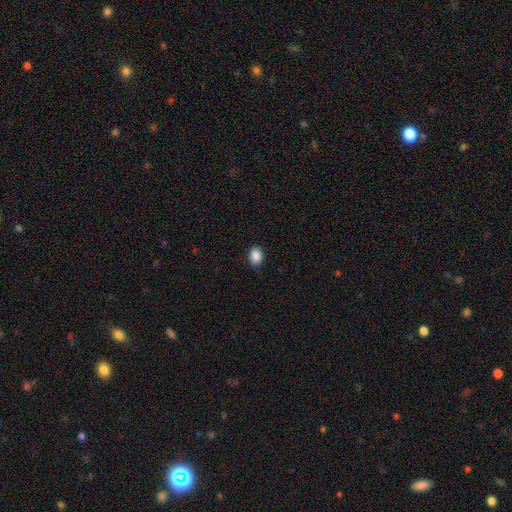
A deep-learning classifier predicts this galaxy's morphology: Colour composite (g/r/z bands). It shows a smooth galaxy with no disk features (88%) that is in between round and cigar-shaped (68%). Merging: none (86%).